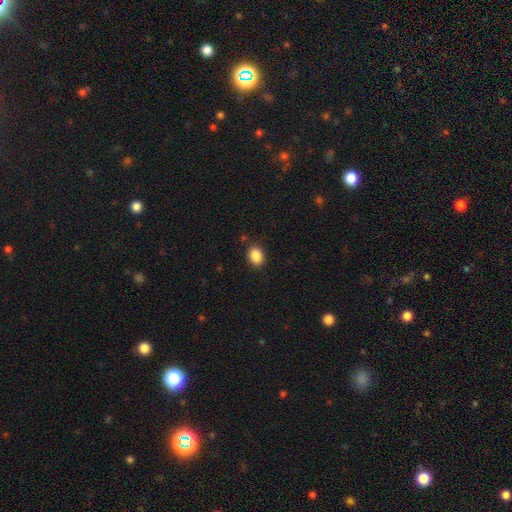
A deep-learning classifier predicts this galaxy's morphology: The model was most divided on "how rounded": in between: 65%, round: 34%, cigar-shaped: 1%. More confident: smooth or featured — smooth (88%); merging — none (86%).